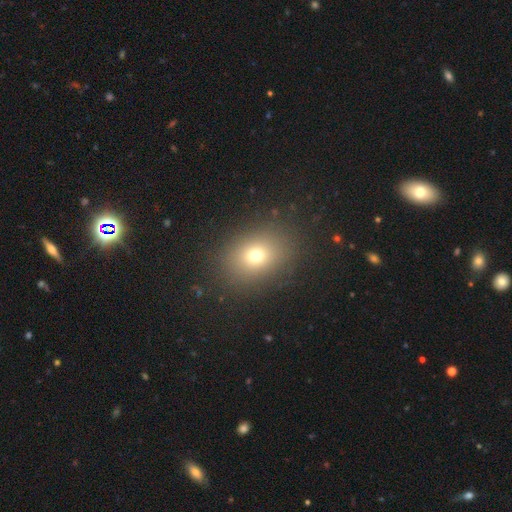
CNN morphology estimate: type=smooth (70%); roundness=in between (50%); merging=none (85%).